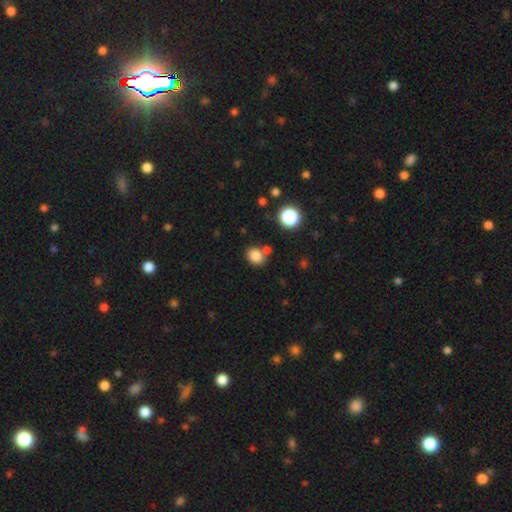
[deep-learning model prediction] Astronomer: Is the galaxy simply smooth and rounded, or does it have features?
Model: smooth — 82%.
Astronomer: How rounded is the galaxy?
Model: round — 59% (runner-up: in between, 40%).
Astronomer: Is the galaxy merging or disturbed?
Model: none — 66%.